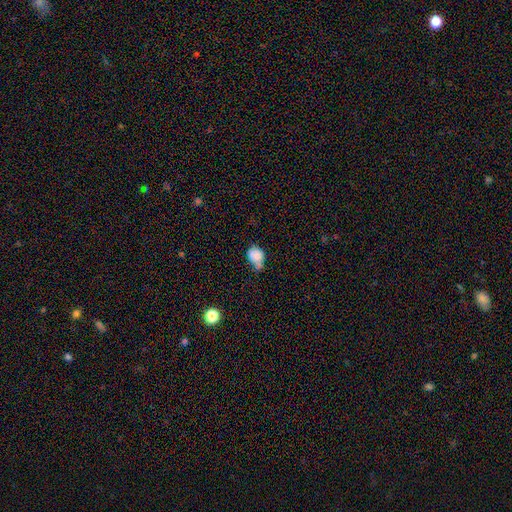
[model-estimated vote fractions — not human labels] This is clearly a smooth galaxy (81%). How rounded: possibly round (57%). Merging: marginally none (33%).